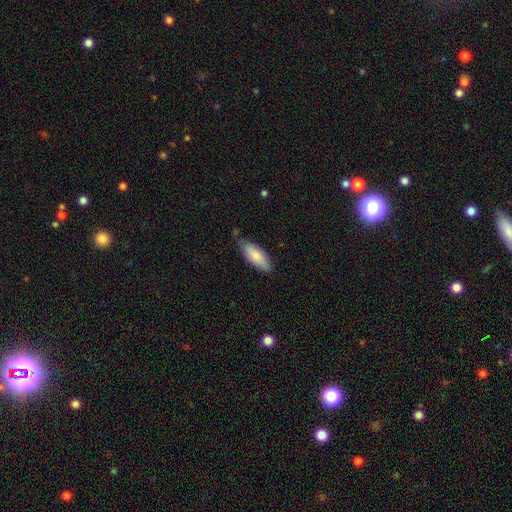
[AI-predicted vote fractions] Smooth or featured?
  - smooth: 81% *
  - featured or disk: 14%
  - star or artifact: 6%
How rounded?
  - in between: 70% *
  - cigar-shaped: 29%
  - round: 2%
Merging?
  - none: 77% *
  - minor disturbance: 18%
  - major disturbance: 3%
  - merger: 2%